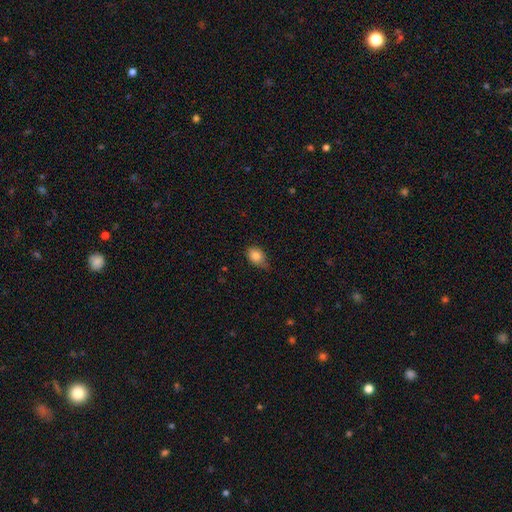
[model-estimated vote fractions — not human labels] Overall: smooth (85%). How rounded: in between (65%; round 34%). Merging: none (52%; minor disturbance 38%).